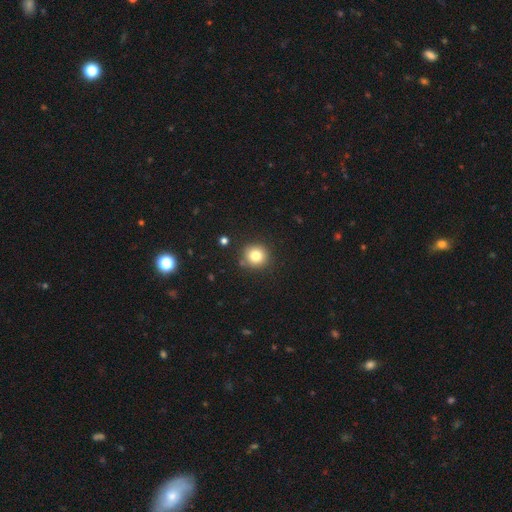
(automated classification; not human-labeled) Smooth or featured?
  - smooth: 80% *
  - star or artifact: 12%
  - featured or disk: 8%
How rounded?
  - round: 92% *
  - in between: 7%
  - cigar-shaped: 1%
Merging?
  - none: 87% *
  - minor disturbance: 8%
  - merger: 3%
  - major disturbance: 2%